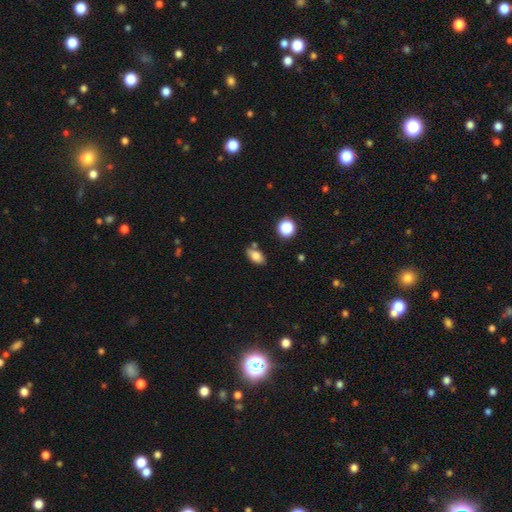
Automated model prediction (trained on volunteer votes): This appears to be a smooth galaxy with no disk features (81%) that is in between round and cigar-shaped (88%). Merging: none (72%).